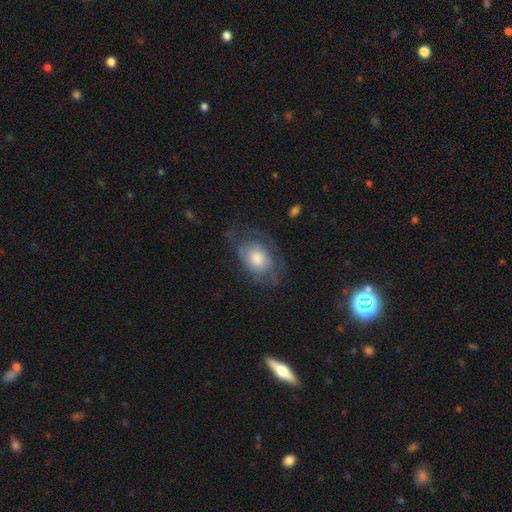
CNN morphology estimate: Smooth or featured? featured or disk (52%)
Edge-on disk? no (95%)
Merging? none (57%)